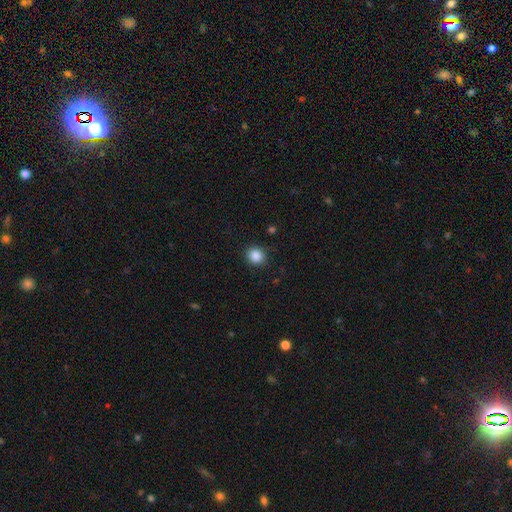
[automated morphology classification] Overall: smooth (87%). How rounded: round (84%). Merging: none (87%).